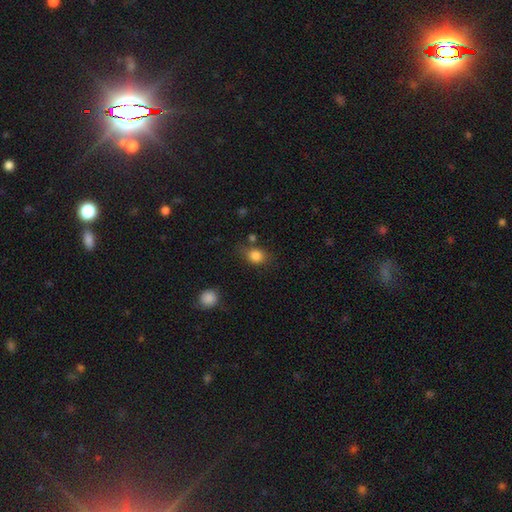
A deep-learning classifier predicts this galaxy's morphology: This appears to be a smooth galaxy with no disk features (83%) that is in between round and cigar-shaped (50%). Merging: none (68%).